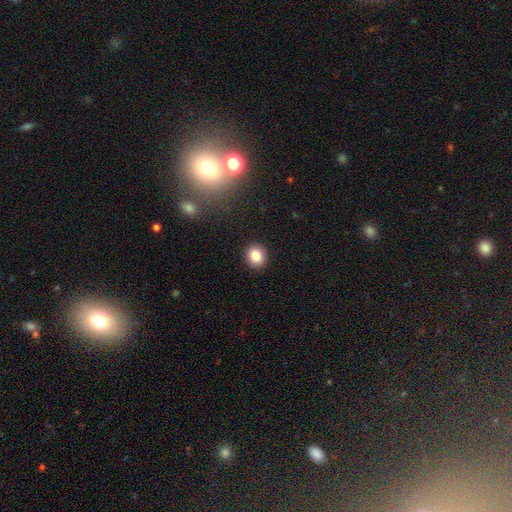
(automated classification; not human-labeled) This appears to be a smooth galaxy with no disk features (84%) that is round (70%). Merging: none (91%).